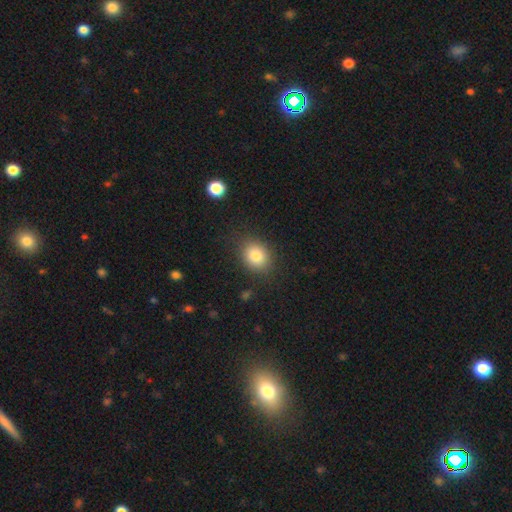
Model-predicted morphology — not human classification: The model was most divided on "how rounded": round: 58%, in between: 41%, cigar-shaped: 1%. More confident: merging — none (84%); smooth or featured — smooth (82%).